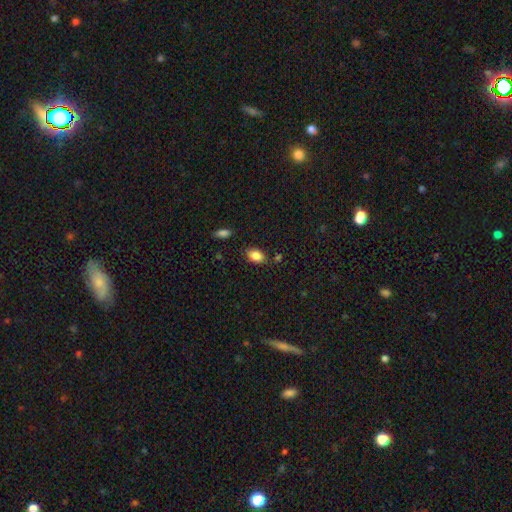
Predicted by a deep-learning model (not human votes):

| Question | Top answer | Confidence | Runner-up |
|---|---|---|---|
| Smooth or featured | smooth | 85% | star or artifact (8%) |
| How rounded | in between | 88% | round (11%) |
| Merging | none | 81% | minor disturbance (12%) |